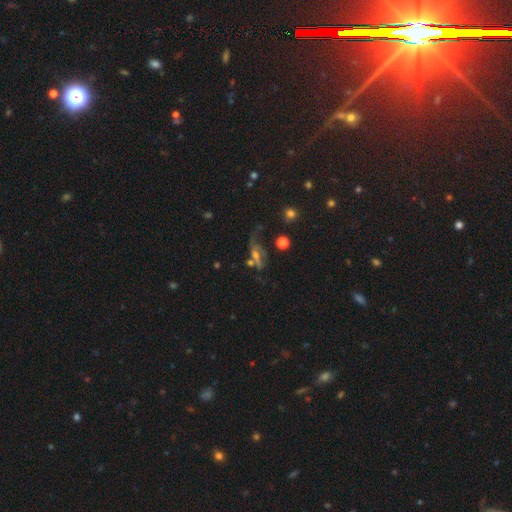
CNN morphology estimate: The model was most divided on "merging": none: 40%, major disturbance: 25%, minor disturbance: 19%, merger: 16%. More confident: edge-on disk — no (76%); smooth or featured — featured or disk (55%).